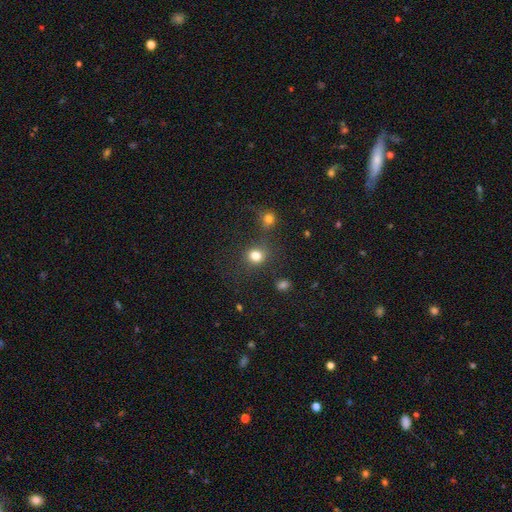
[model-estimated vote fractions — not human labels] Smooth or featured?
  - smooth: 80% *
  - star or artifact: 15%
  - featured or disk: 5%
How rounded?
  - round: 85% *
  - in between: 14%
  - cigar-shaped: 1%
Merging?
  - none: 73% *
  - merger: 13%
  - minor disturbance: 9%
  - major disturbance: 5%